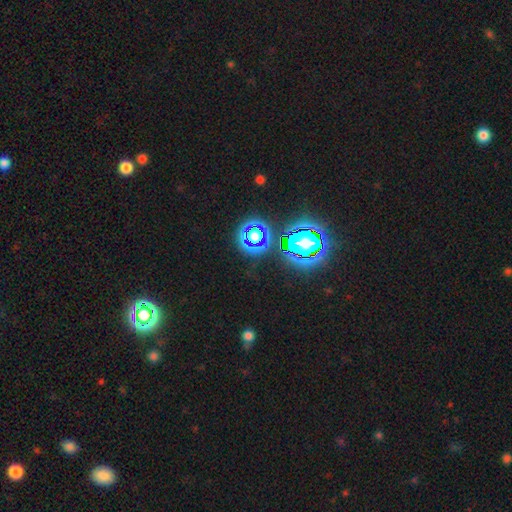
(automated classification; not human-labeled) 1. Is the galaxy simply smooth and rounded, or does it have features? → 78% star or artifact, 14% smooth, 8% featured or disk.